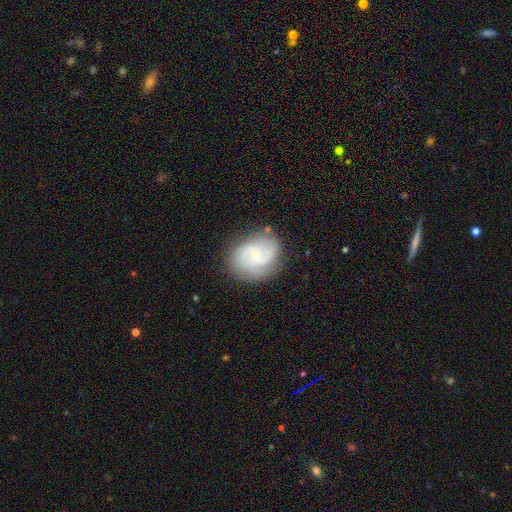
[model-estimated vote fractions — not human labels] This appears to be a featured or disk galaxy (70%) with no bar (66%), 2 (58%) medium (44%) spiral arms (89%) and a small central bulge (71%). Merging: none (74%).